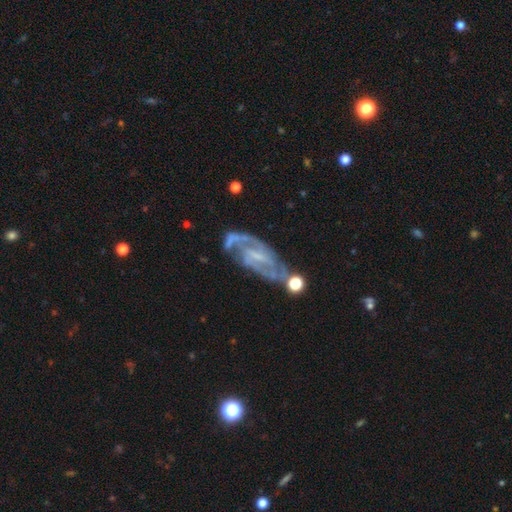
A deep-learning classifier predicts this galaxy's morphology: Q: Smooth or featured?
A: featured or disk (89%); runner-up: star or artifact (6%)
Q: Edge-on disk?
A: no (95%); runner-up: yes (5%)
Q: Bar?
A: weak (47%); runner-up: strong (28%)
Q: Spiral arms?
A: yes (97%); runner-up: no (3%)
Q: Spiral winding?
A: medium (51%); runner-up: tight (38%)
Q: Spiral arm count?
A: 2 (85%); runner-up: 3 (5%)
Q: Bulge size?
A: small (65%); runner-up: none (18%)
Q: Merging?
A: none (70%); runner-up: minor disturbance (17%)